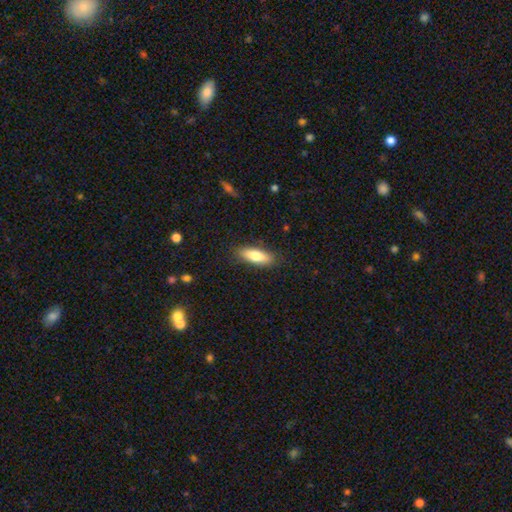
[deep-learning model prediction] This is likely a smooth galaxy (75%). How rounded: possibly in between (60%). Merging: clearly none (87%).